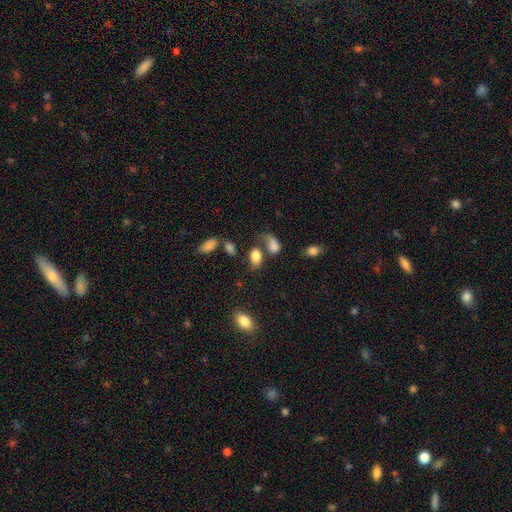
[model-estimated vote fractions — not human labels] smooth_or_featured: smooth (p=0.81) [alt: star or artifact p=0.10]
how_rounded: in between (p=0.86) [alt: round p=0.12]
merging: none (p=0.50) [alt: merger p=0.21]